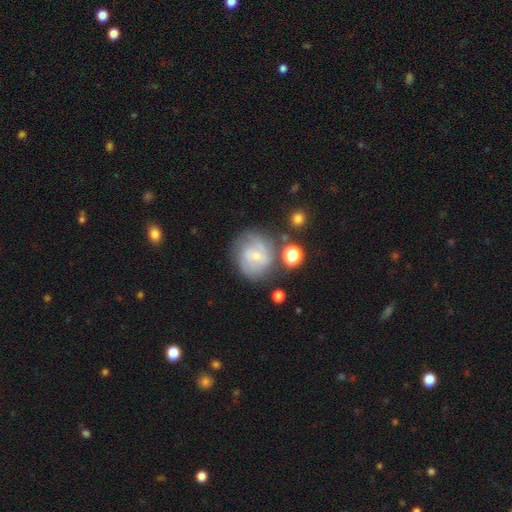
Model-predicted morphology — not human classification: This appears to be a featured or disk galaxy (68%) with no bar (52%), 2 (38%) medium (42%) spiral arms (88%) and a small central bulge (74%). Merging: none (64%).